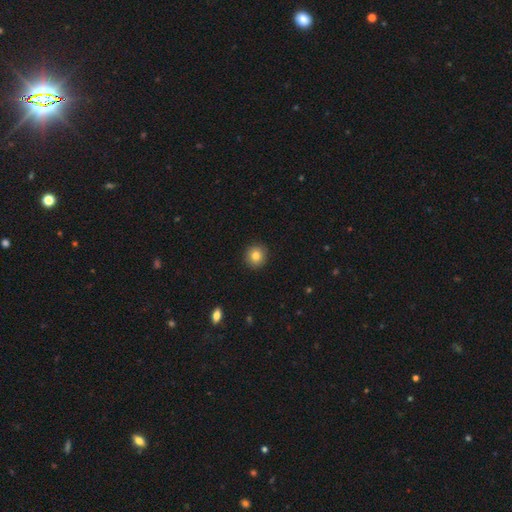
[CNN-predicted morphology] smooth 83%, star or artifact 10%, featured or disk 7%. Down the decision tree: how rounded — round (92%); merging — none (92%).